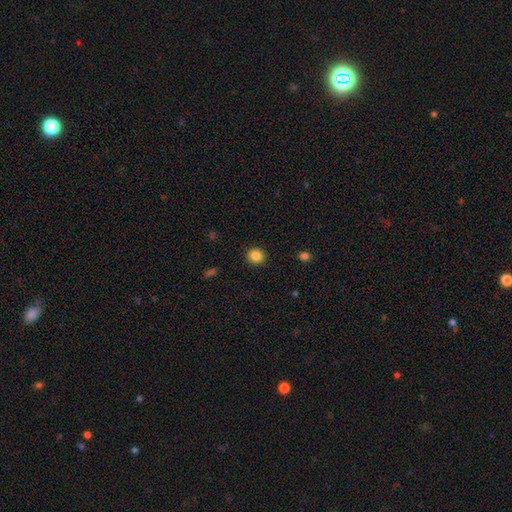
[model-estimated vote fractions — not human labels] smooth-or-featured: smooth: 85% | star or artifact: 10% | featured or disk: 4%
  how-rounded: round: 86% | in between: 13% | cigar-shaped: 1%
  merging: none: 91% | minor disturbance: 6% | major disturbance: 2% | merger: 1%